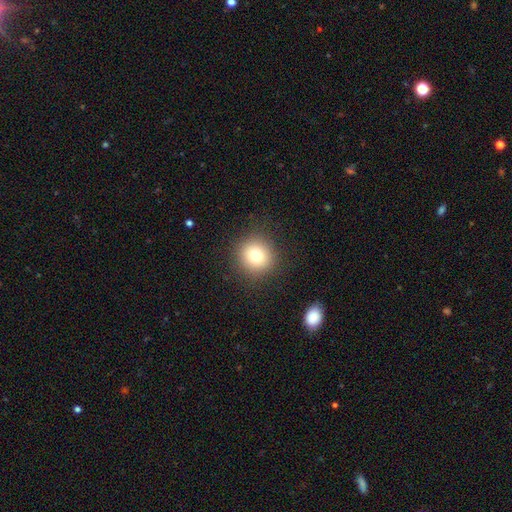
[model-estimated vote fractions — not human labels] This appears to be a smooth galaxy with no disk features (78%) that is round (92%). Merging: none (90%).